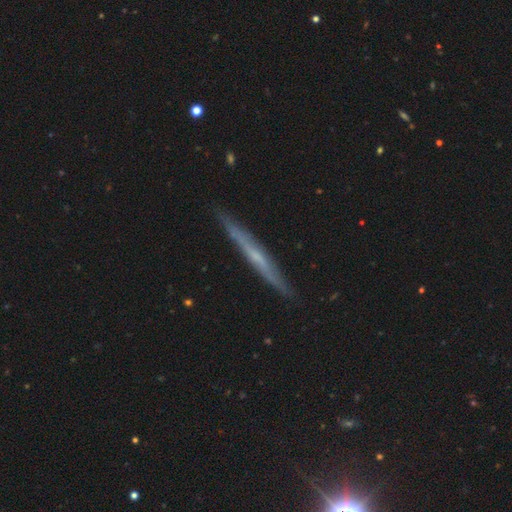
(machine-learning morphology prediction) smooth-or-featured: featured or disk: 64% | smooth: 30% | star or artifact: 7%
  disk-edge-on: yes: 96% | no: 4%
    edge-on-bulge: none: 66% | rounded: 28% | boxy: 5%
  merging: none: 89% | minor disturbance: 8% | major disturbance: 1% | merger: 1%